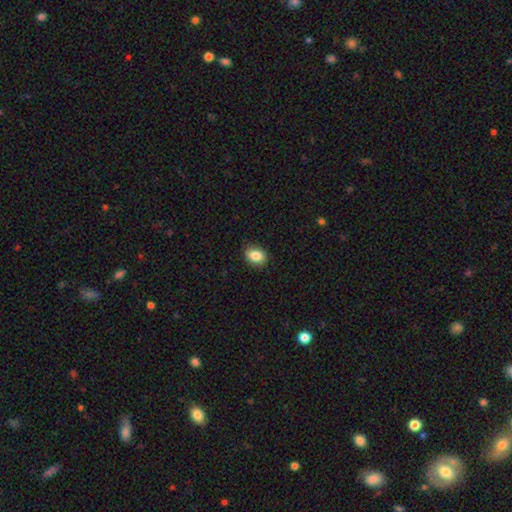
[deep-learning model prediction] This appears to be a smooth galaxy with no disk features (85%) that is in between round and cigar-shaped (70%). Merging: none (86%).